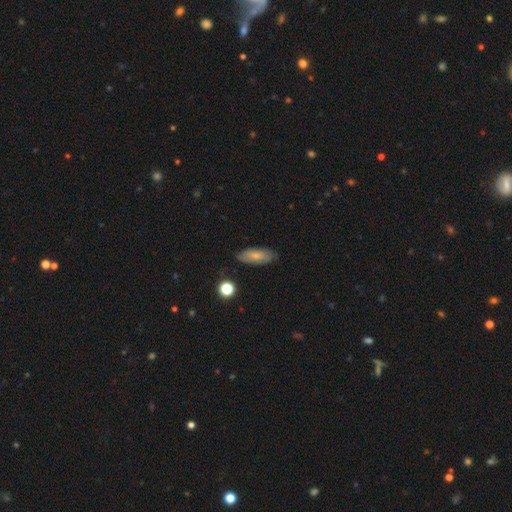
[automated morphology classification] Q: Smooth or featured?
A: smooth (69%); runner-up: featured or disk (23%)
Q: How rounded?
A: in between (81%); runner-up: cigar-shaped (16%)
Q: Merging?
A: none (79%); runner-up: minor disturbance (16%)